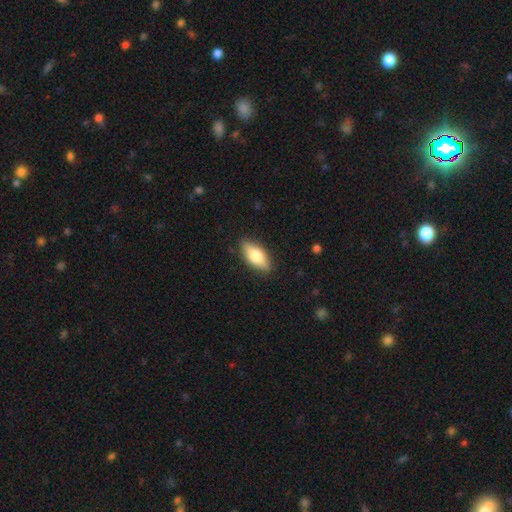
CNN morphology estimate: This is likely a smooth galaxy (70%). How rounded: clearly in between (81%). Merging: clearly none (86%).